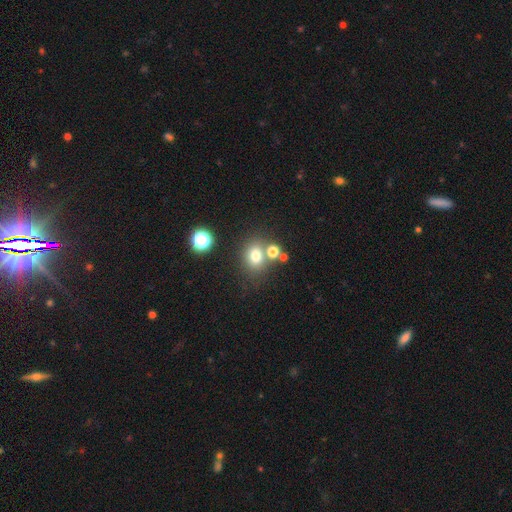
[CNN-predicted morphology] smooth-or-featured: smooth: 75% | star or artifact: 16% | featured or disk: 9%
  how-rounded: round: 63% | in between: 36% | cigar-shaped: 1%
  merging: none: 64% | merger: 20% | minor disturbance: 11% | major disturbance: 5%